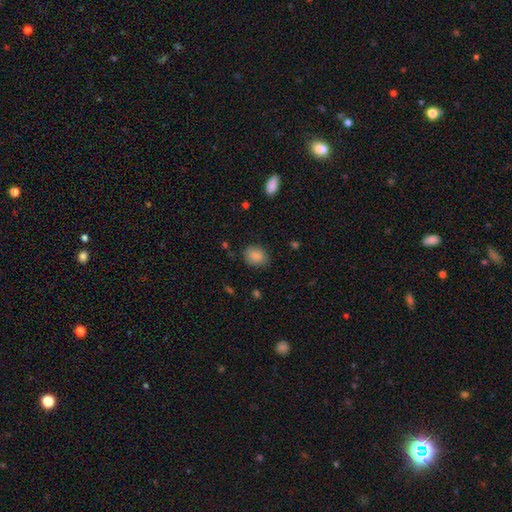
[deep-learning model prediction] This appears to be a smooth galaxy with no disk features (86%) that is in between round and cigar-shaped (54%). Merging: none (81%).